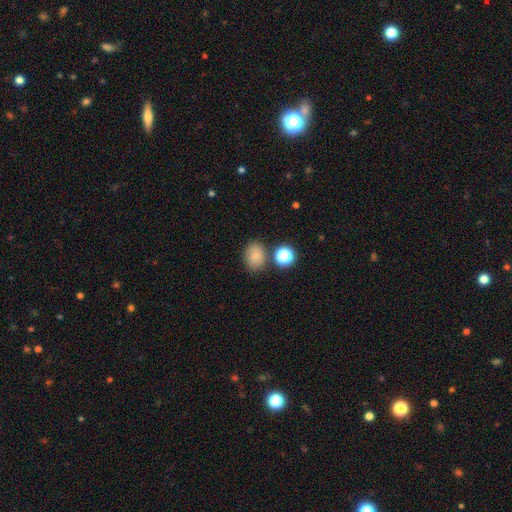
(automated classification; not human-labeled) This appears to be a smooth galaxy with no disk features (81%) that is round (51%). Merging: none (74%).